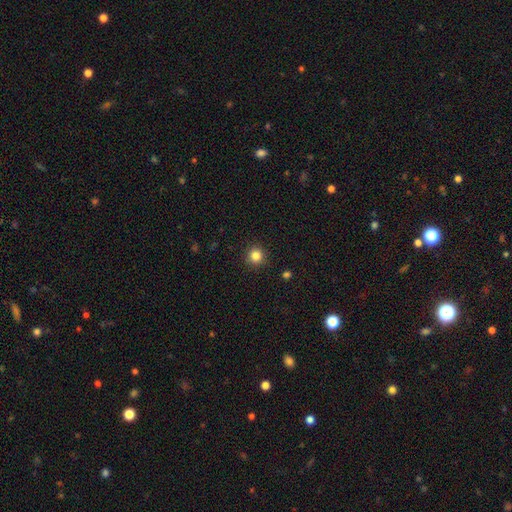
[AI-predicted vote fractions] Smooth or featured: smooth — 84% (star or artifact — 12%)
How rounded: round — 94% (in between — 5%)
Merging: none — 91% (minor disturbance — 6%)